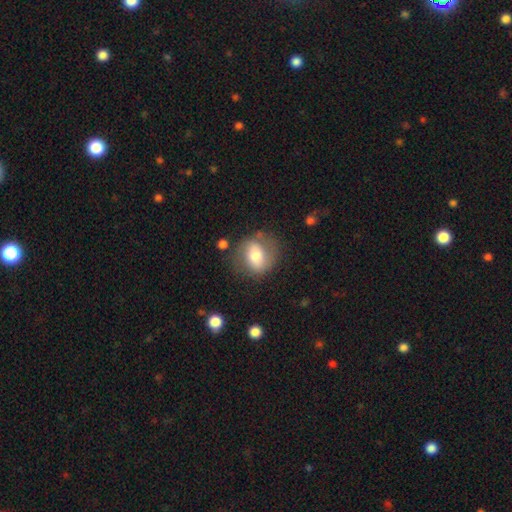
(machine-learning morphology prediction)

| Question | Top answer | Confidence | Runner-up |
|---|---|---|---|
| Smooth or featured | smooth | 58% | featured or disk (35%) |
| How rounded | round | 61% | in between (37%) |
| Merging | none | 70% | minor disturbance (19%) |